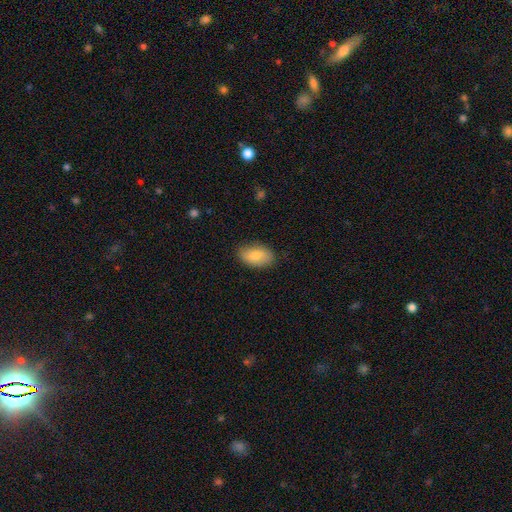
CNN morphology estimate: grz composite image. It shows a smooth galaxy with no disk features (80%) that is in between round and cigar-shaped (92%). Merging: none (83%).